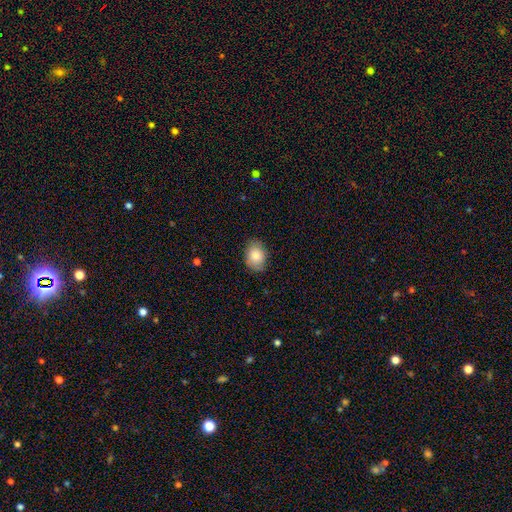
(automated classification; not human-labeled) Q: Smooth or featured?
A: smooth (83%); runner-up: featured or disk (9%)
Q: How rounded?
A: in between (69%); runner-up: round (30%)
Q: Merging?
A: none (81%); runner-up: minor disturbance (15%)